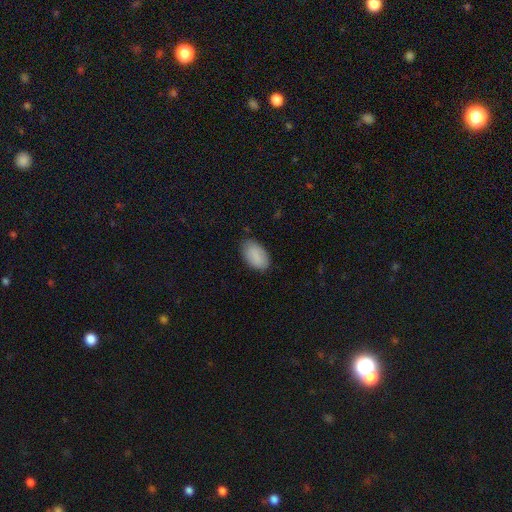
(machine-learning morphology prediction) Smooth or featured?
  - smooth: 88% *
  - star or artifact: 6%
  - featured or disk: 6%
How rounded?
  - in between: 94% *
  - round: 4%
  - cigar-shaped: 2%
Merging?
  - none: 80% *
  - minor disturbance: 16%
  - major disturbance: 3%
  - merger: 1%